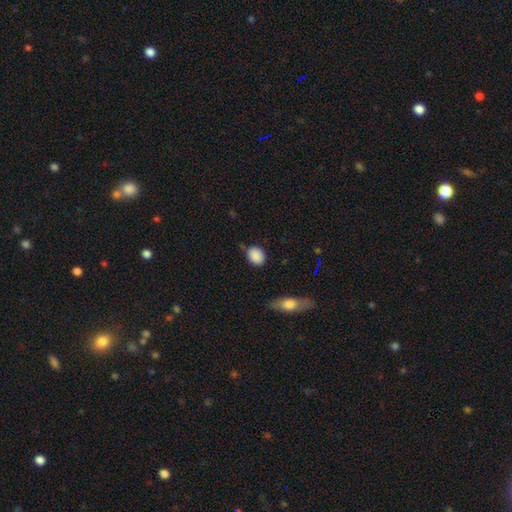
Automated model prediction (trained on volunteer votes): Smooth or featured: smooth — 88% (star or artifact — 8%)
How rounded: round — 50% (in between — 48%)
Merging: none — 74% (minor disturbance — 19%)